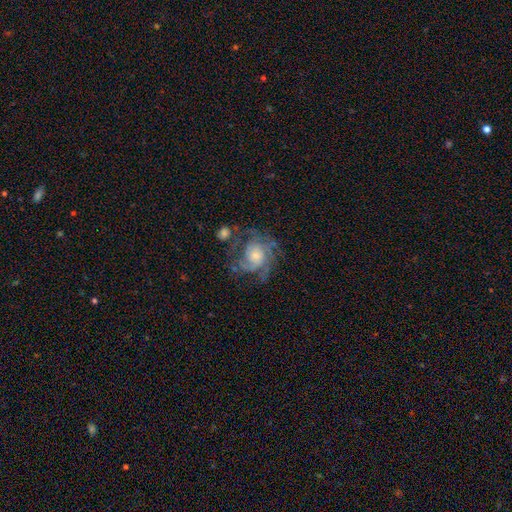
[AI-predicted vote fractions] smooth_or_featured: featured or disk (p=0.76) [alt: smooth p=0.16]
disk_edge_on: no (p=0.97) [alt: yes p=0.03]
bar: no (p=0.77) [alt: weak p=0.19]
has_spiral_arms: yes (p=0.87) [alt: no p=0.13]
spiral_winding: tight (p=0.46) [alt: medium p=0.39]
spiral_arm_count: can't tell (p=0.34) [alt: 3 p=0.22]
bulge_size: small (p=0.52) [alt: moderate p=0.36]
merging: none (p=0.52) [alt: major disturbance p=0.23]